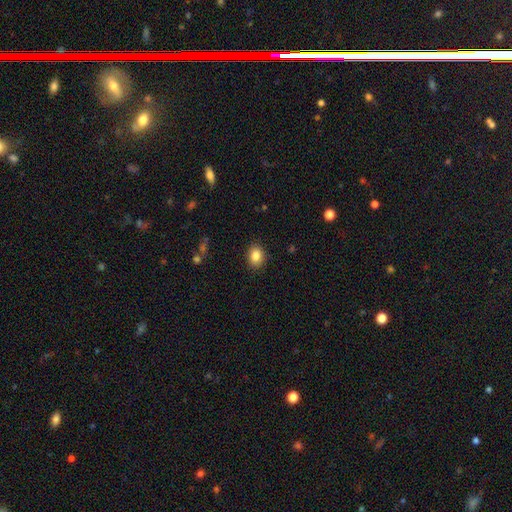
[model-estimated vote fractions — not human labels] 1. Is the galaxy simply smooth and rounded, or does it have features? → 86% smooth, 9% star or artifact, 5% featured or disk.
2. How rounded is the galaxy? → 60% in between, 39% round, 1% cigar-shaped.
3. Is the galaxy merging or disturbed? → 88% none, 8% minor disturbance, 2% major disturbance, 1% merger.